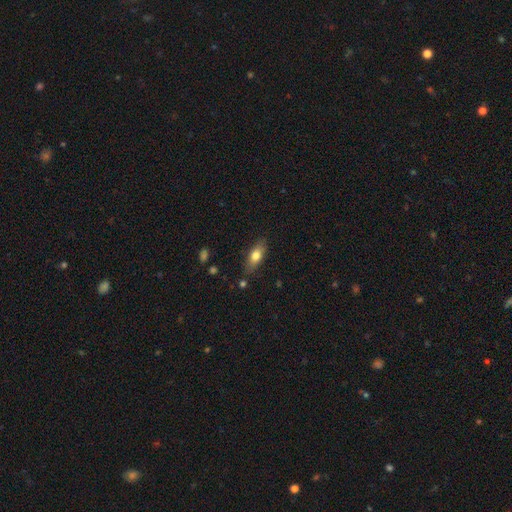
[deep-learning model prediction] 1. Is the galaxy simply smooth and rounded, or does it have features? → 70% smooth, 23% featured or disk, 7% star or artifact.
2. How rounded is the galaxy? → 73% in between, 23% cigar-shaped, 4% round.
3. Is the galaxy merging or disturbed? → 81% none, 14% minor disturbance, 3% major disturbance, 2% merger.